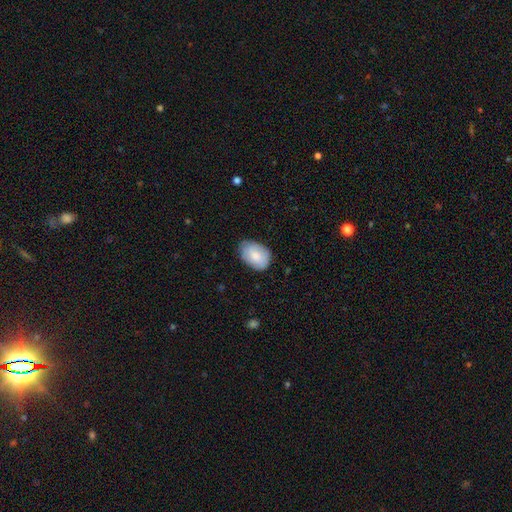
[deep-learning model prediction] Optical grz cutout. It shows a smooth galaxy with no disk features (79%) that is in between round and cigar-shaped (84%). Merging: none (71%).